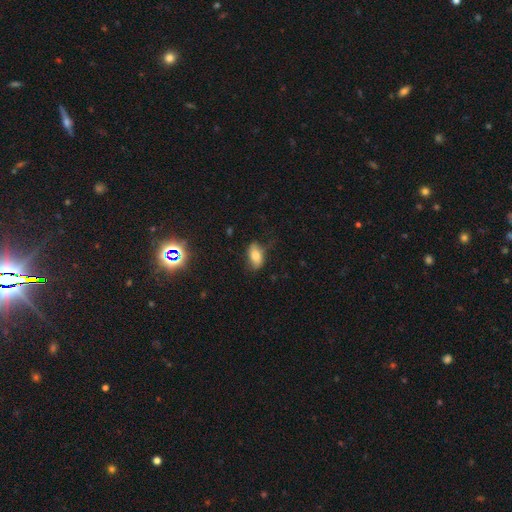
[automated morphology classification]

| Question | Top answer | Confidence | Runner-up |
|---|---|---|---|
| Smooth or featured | smooth | 76% | featured or disk (15%) |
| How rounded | in between | 91% | round (6%) |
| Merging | none | 63% | minor disturbance (25%) |